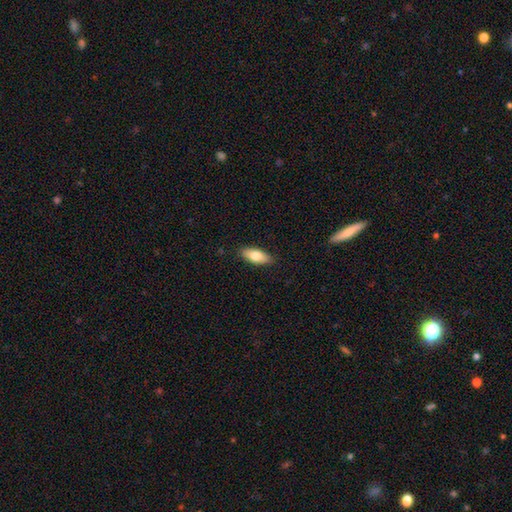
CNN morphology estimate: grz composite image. It shows a smooth galaxy with no disk features (76%) that is in between round and cigar-shaped (80%). Merging: none (88%).